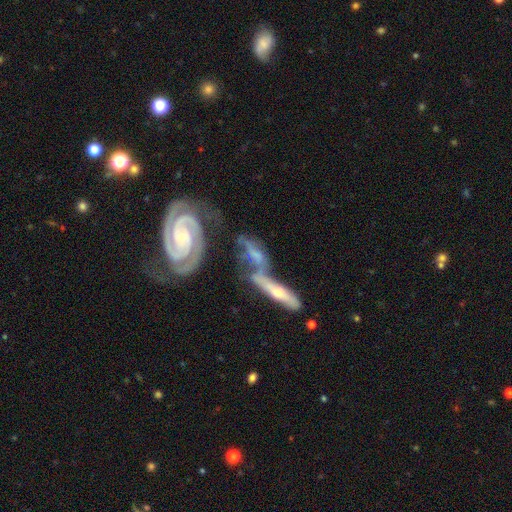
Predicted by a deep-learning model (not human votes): Smooth or featured? featured or disk (74%)
Edge-on disk? no (80%)
Bar? no (62%)
Spiral arms? yes (82%)
Bulge size? small (52%)
Merging? merger (58%)